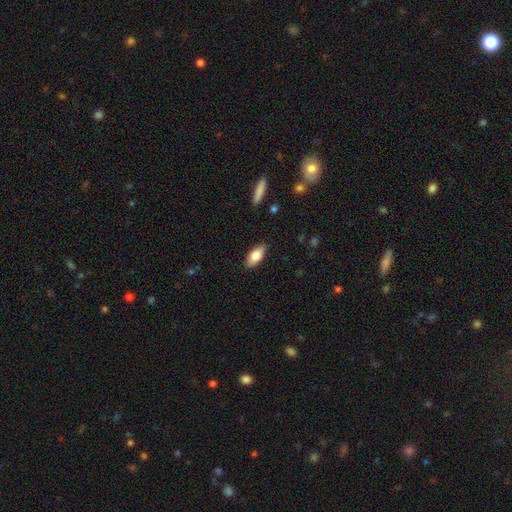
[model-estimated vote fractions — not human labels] smooth_or_featured: smooth (p=0.76) [alt: featured or disk p=0.17]
how_rounded: in between (p=0.85) [alt: cigar-shaped p=0.13]
merging: none (p=0.87) [alt: minor disturbance p=0.10]